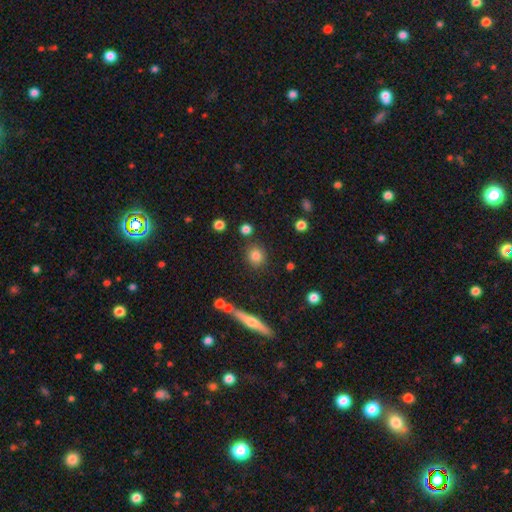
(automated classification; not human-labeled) smooth-or-featured: smooth: 81% | star or artifact: 10% | featured or disk: 8%
  how-rounded: round: 84% | in between: 14% | cigar-shaped: 2%
  merging: none: 85% | minor disturbance: 8% | merger: 5% | major disturbance: 3%